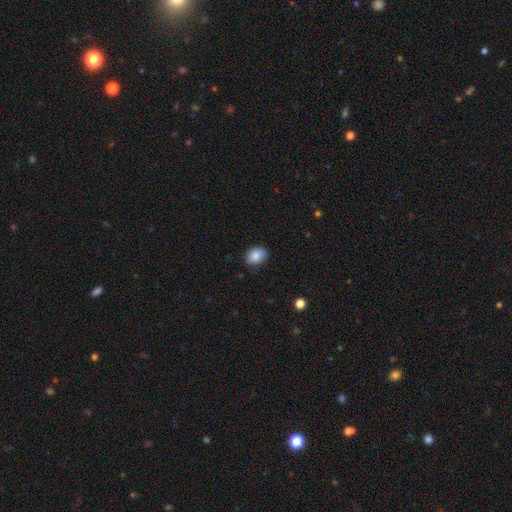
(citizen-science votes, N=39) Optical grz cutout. It shows a smooth galaxy with no disk features (90%) that is in between round and cigar-shaped (69%). Merging: none (86%).